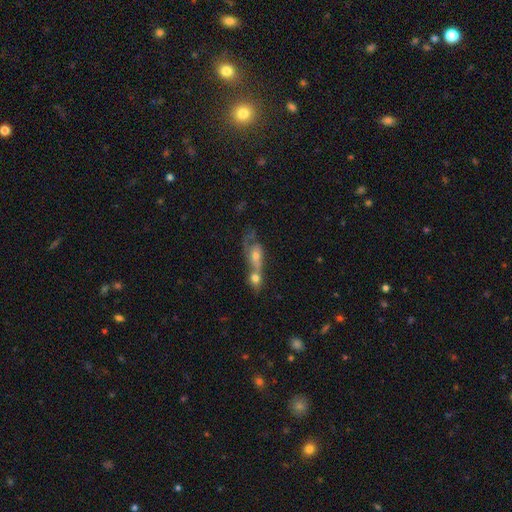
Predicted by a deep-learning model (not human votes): Smooth or featured: smooth — 46% (featured or disk — 44%)
Merging: merger — 71% (none — 14%)